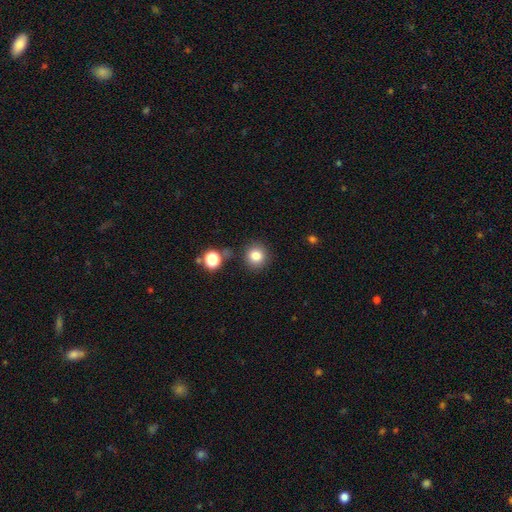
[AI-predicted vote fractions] smooth 82%, star or artifact 12%, featured or disk 6%. Down the decision tree: how rounded — round (91%); merging — none (84%).